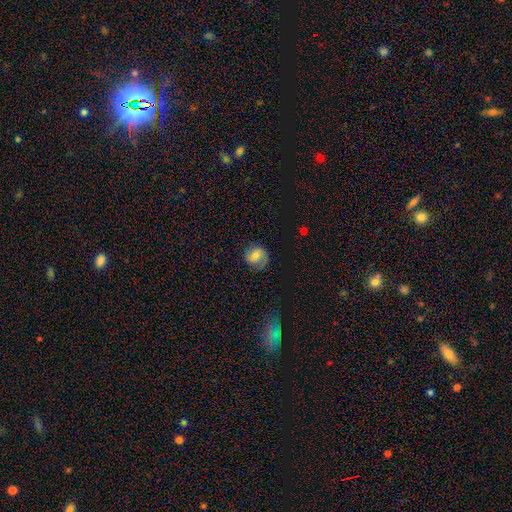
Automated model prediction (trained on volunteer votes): A smooth galaxy with no disk features (59%) that is round (78%).

Vote fractions:
- Smooth or featured? smooth: 59% / featured or disk: 32% / star or artifact: 10%
- How rounded? round: 78% / in between: 21% / cigar-shaped: 1%
- Merging? none: 70% / minor disturbance: 20% / major disturbance: 8% / merger: 1%